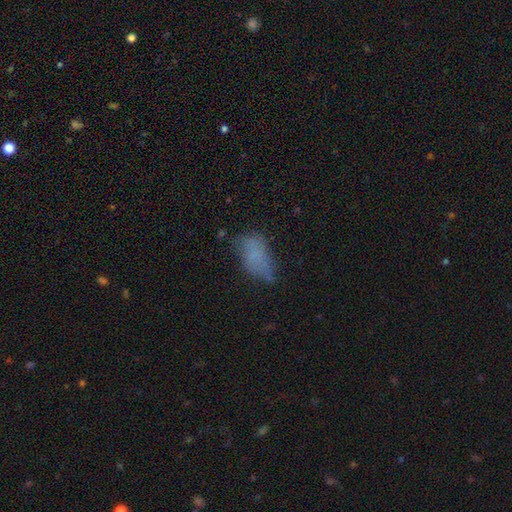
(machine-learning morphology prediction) smooth 64%, featured or disk 21%, star or artifact 15%. Down the decision tree: how rounded — in between (88%); merging — none (42%).